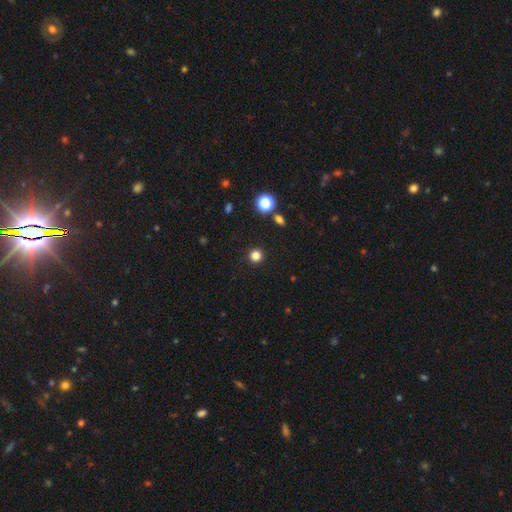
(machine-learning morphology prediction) Overall: smooth (81%). How rounded: round (95%). Merging: none (93%).